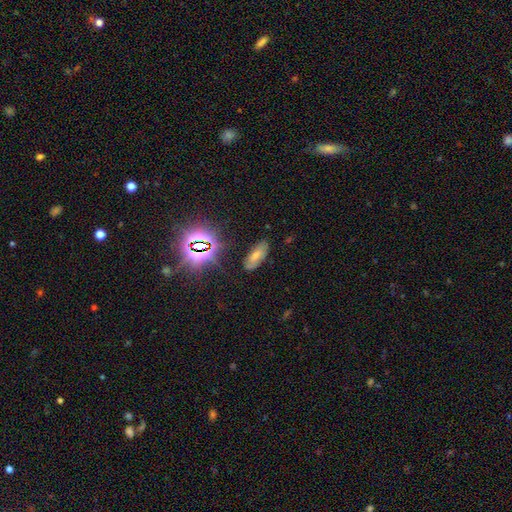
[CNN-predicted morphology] Overall: star or artifact (40%; smooth 34%).